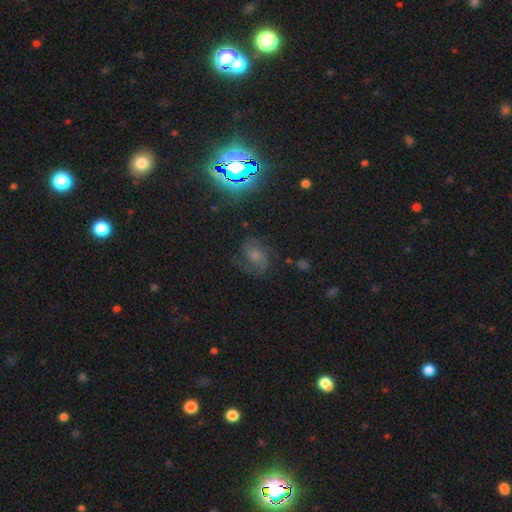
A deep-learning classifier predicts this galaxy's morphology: type=featured or disk (52%); edge-on=no (96%); bar=no (62%); spiral arms=yes (90%); bulge=small (37%, tied with moderate); merging=none (64%).